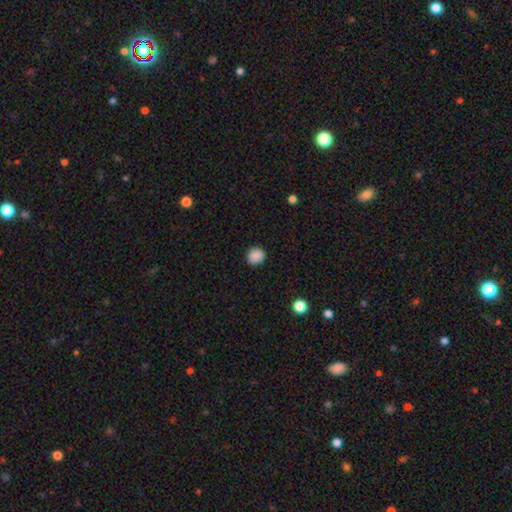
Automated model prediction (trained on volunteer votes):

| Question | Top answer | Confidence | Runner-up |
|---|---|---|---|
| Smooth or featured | smooth | 88% | star or artifact (9%) |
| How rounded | round | 79% | in between (20%) |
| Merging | none | 89% | minor disturbance (8%) |